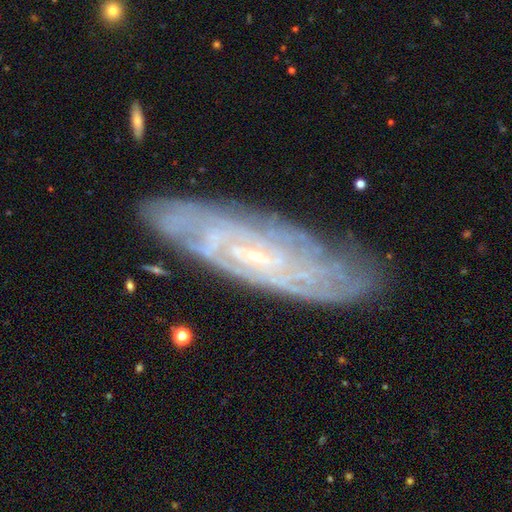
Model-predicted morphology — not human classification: This appears to be a featured or disk galaxy (83%) with no bar (47%), tight (73%) spiral arms (94%) and a small central bulge (83%). Merging: none (81%).